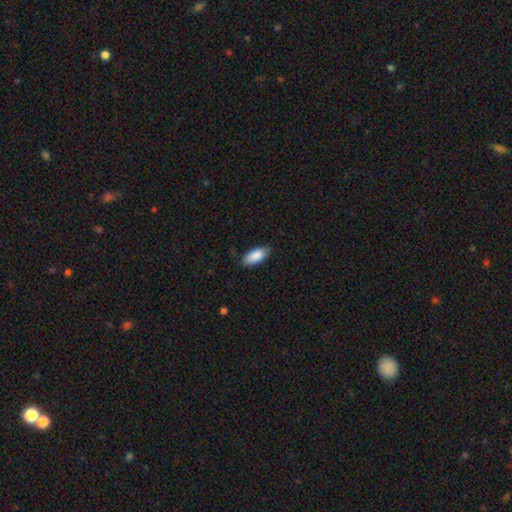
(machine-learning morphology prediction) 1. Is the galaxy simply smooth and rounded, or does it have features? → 88% smooth, 6% star or artifact, 6% featured or disk.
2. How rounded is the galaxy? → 90% in between, 8% cigar-shaped, 2% round.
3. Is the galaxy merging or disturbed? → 81% none, 15% minor disturbance, 3% major disturbance, 1% merger.